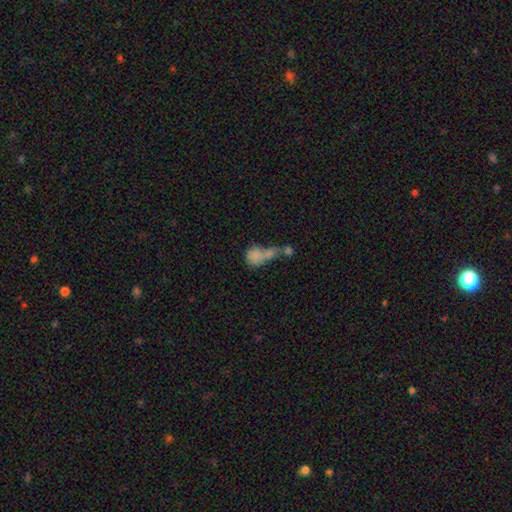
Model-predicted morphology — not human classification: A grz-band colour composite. It shows a smooth galaxy with no disk features (73%) that is round (51%). Merging: merger (62%).